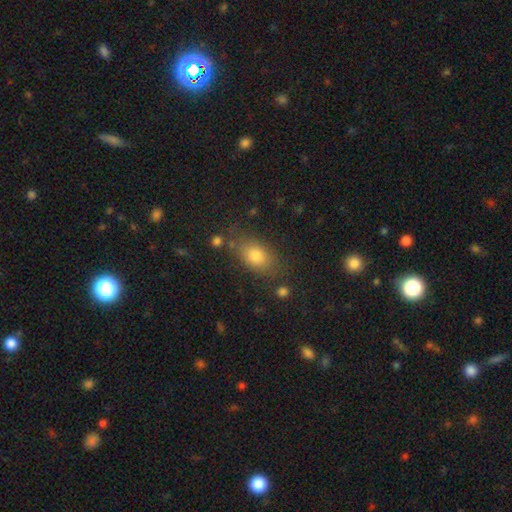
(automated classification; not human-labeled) smooth 79%, star or artifact 11%, featured or disk 10%. Down the decision tree: how rounded — in between (80%); merging — none (74%).